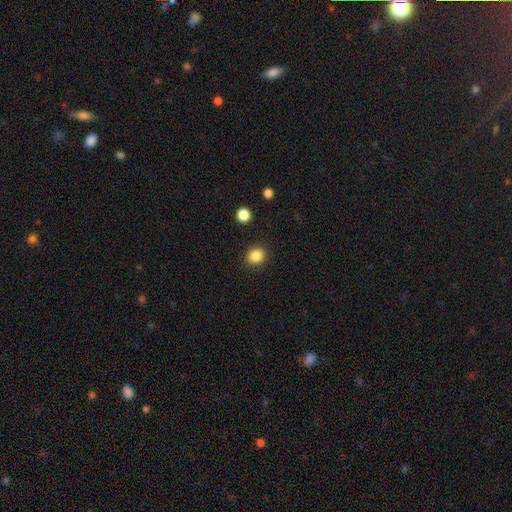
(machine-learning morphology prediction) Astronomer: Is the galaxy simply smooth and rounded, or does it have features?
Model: smooth — 85%.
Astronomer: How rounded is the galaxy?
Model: round — 82%.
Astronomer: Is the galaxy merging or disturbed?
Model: none — 90%.